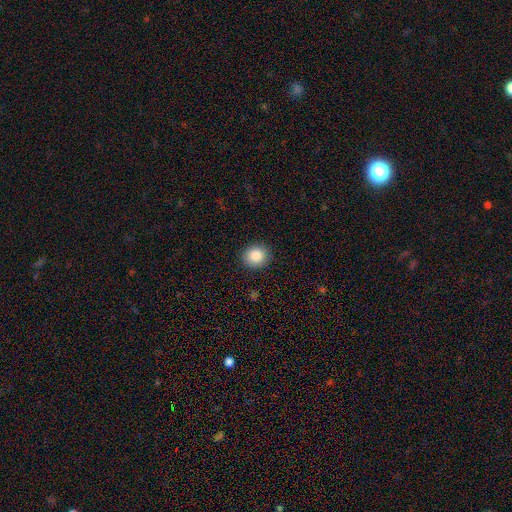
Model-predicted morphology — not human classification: Smooth or featured: smooth — 86% (star or artifact — 9%)
How rounded: round — 79% (in between — 20%)
Merging: none — 90% (minor disturbance — 7%)